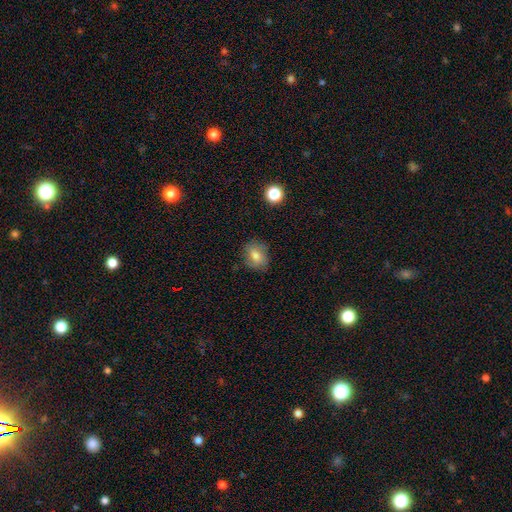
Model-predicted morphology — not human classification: Q: Smooth or featured?
A: smooth (74%); runner-up: featured or disk (16%)
Q: How rounded?
A: round (53%); runner-up: in between (46%)
Q: Merging?
A: none (77%); runner-up: minor disturbance (18%)